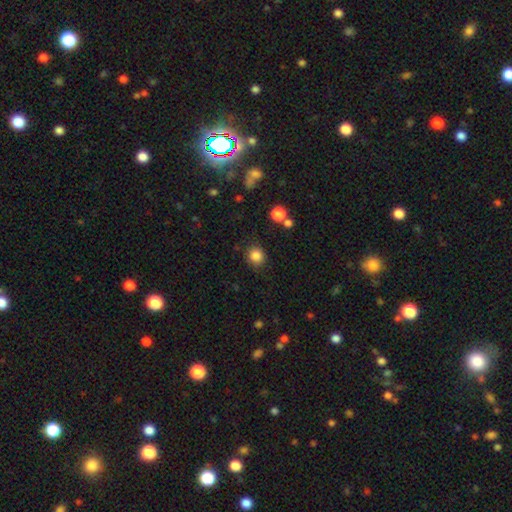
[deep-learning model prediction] smooth_or_featured: smooth (p=0.84) [alt: star or artifact p=0.11]
how_rounded: round (p=0.83) [alt: in between p=0.17]
merging: none (p=0.83) [alt: minor disturbance p=0.11]